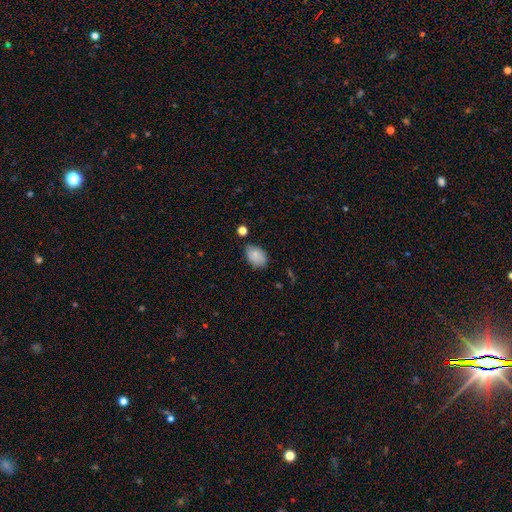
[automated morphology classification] This is clearly a smooth galaxy (83%). How rounded: clearly in between (84%). Merging: likely none (68%).